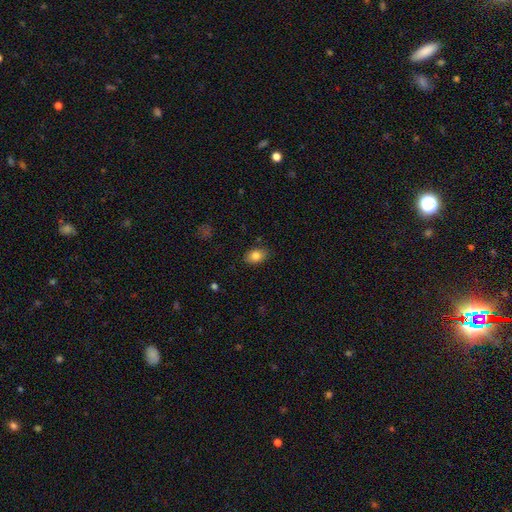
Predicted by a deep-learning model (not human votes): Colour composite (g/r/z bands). It shows a smooth galaxy with no disk features (83%) that is in between round and cigar-shaped (80%). Merging: none (84%).